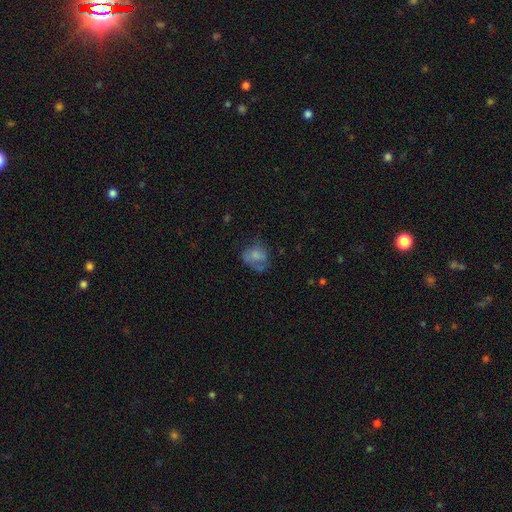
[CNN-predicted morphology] A smooth galaxy with no disk features (61%) that is in between round and cigar-shaped (56%).

Vote fractions:
- Smooth or featured? smooth: 61% / featured or disk: 28% / star or artifact: 11%
- How rounded? in between: 56% / round: 43% / cigar-shaped: 1%
- Merging? none: 39% / major disturbance: 29% / minor disturbance: 28% / merger: 4%